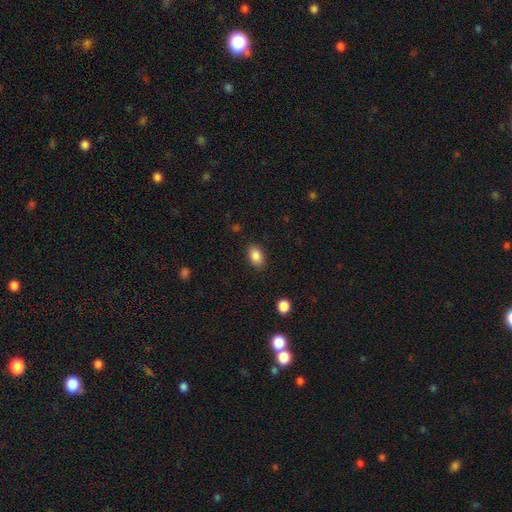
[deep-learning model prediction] The model was most divided on "how rounded": in between: 86%, round: 12%, cigar-shaped: 1%. More confident: smooth or featured — smooth (87%); merging — none (87%).